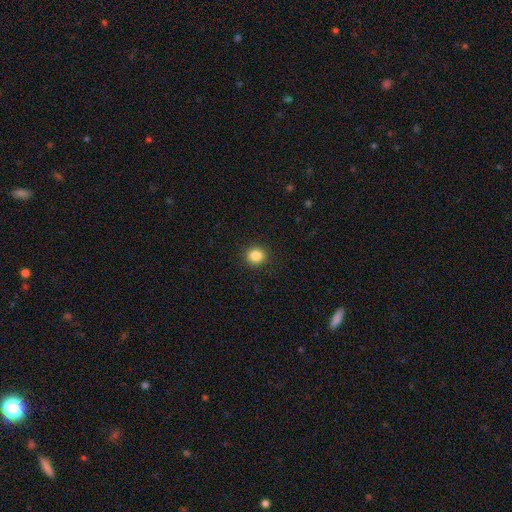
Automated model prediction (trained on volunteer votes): smooth 85%, star or artifact 11%, featured or disk 4%. Down the decision tree: how rounded — round (89%); merging — none (92%).